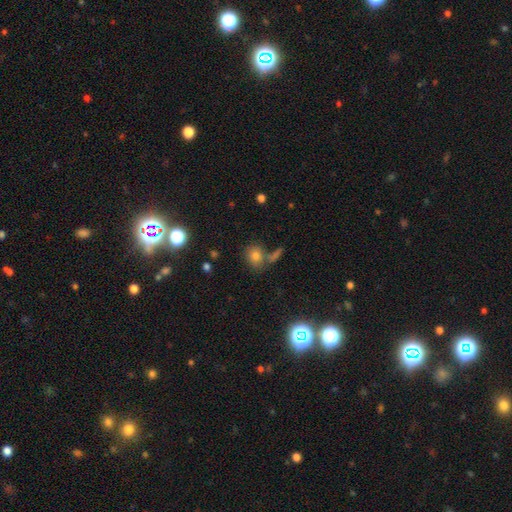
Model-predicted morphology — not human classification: The model was most divided on "merging": none: 59%, merger: 24%, minor disturbance: 11%, major disturbance: 6%. More confident: smooth or featured — smooth (74%); how rounded — round (67%).